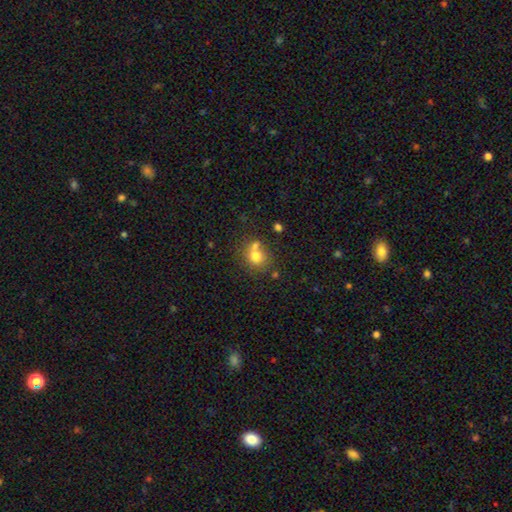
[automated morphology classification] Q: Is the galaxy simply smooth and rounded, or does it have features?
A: smooth — 74%.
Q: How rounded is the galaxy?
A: round — 77%.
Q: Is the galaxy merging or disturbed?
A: none — 50%.